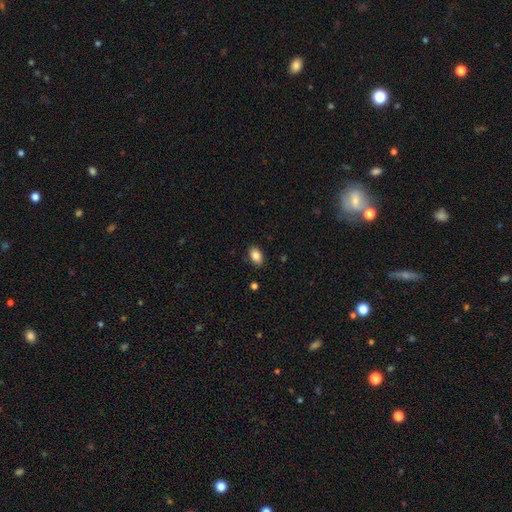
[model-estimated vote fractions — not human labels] Smooth or featured?
  - smooth: 85% *
  - star or artifact: 8%
  - featured or disk: 7%
How rounded?
  - in between: 89% *
  - round: 9%
  - cigar-shaped: 2%
Merging?
  - none: 87% *
  - minor disturbance: 10%
  - major disturbance: 2%
  - merger: 1%